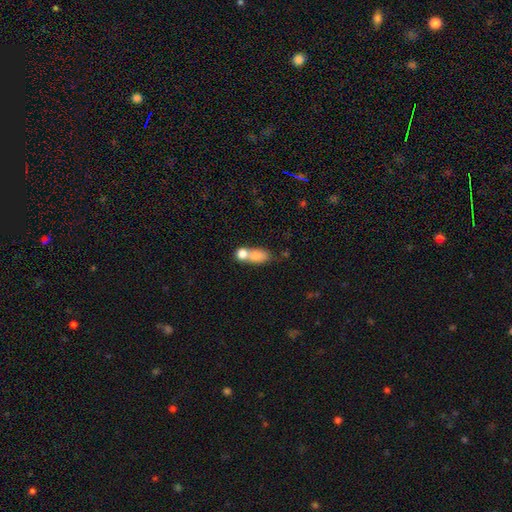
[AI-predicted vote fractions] smooth 76%, featured or disk 15%, star or artifact 9%. Down the decision tree: how rounded — in between (68%); merging — merger (62%).